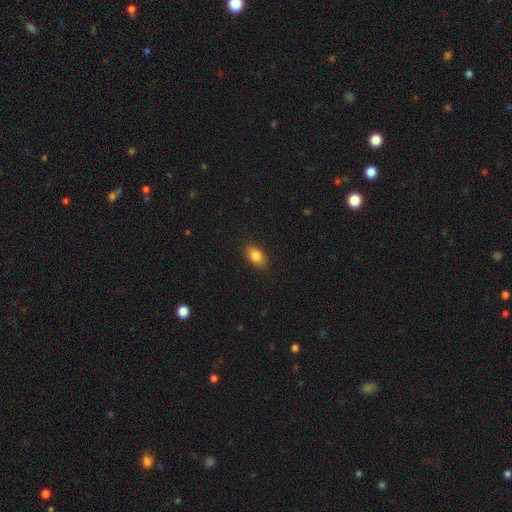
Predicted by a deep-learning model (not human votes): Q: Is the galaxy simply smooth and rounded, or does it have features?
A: smooth — 85%.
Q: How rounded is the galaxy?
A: in between — 90%.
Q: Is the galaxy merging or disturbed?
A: none — 88%.